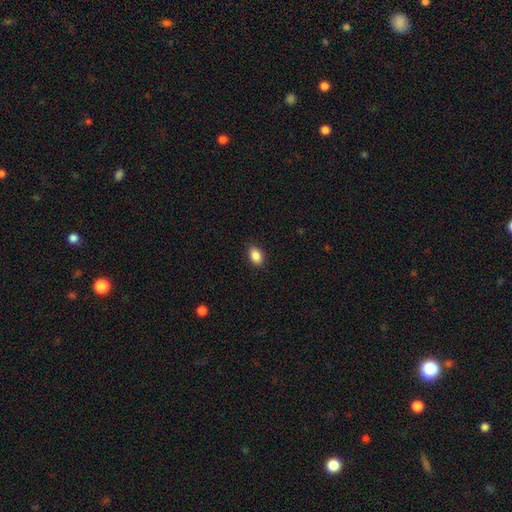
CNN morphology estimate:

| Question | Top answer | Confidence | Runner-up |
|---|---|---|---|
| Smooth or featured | smooth | 89% | star or artifact (8%) |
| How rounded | in between | 86% | round (13%) |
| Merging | none | 89% | minor disturbance (8%) |